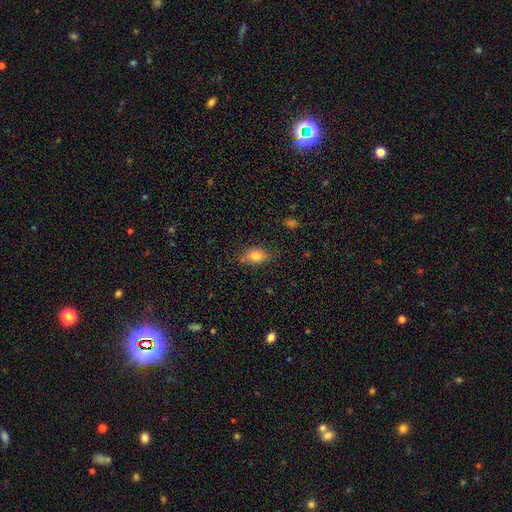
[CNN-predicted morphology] A smooth galaxy with no disk features (80%) that is in between round and cigar-shaped (83%). Merging: none (76%).